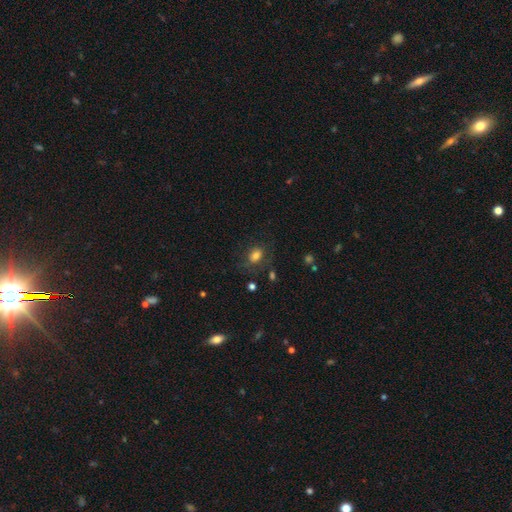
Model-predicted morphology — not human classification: This appears to be a smooth galaxy with no disk features (74%) that is in between round and cigar-shaped (67%). Merging: none (64%).